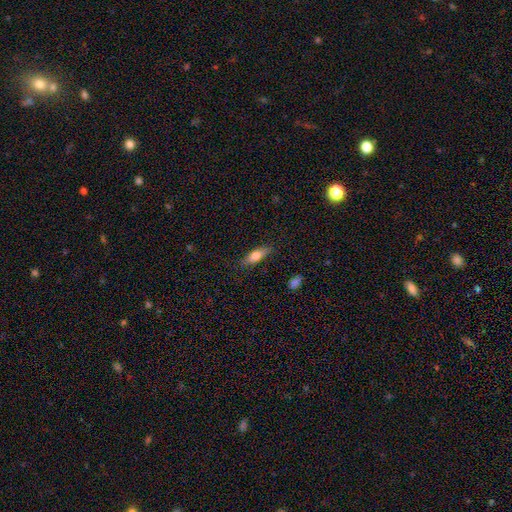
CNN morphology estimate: Smooth or featured?
  - smooth: 69% *
  - featured or disk: 25%
  - star or artifact: 7%
How rounded?
  - in between: 55% *
  - cigar-shaped: 42%
  - round: 3%
Merging?
  - none: 82% *
  - minor disturbance: 13%
  - major disturbance: 3%
  - merger: 1%